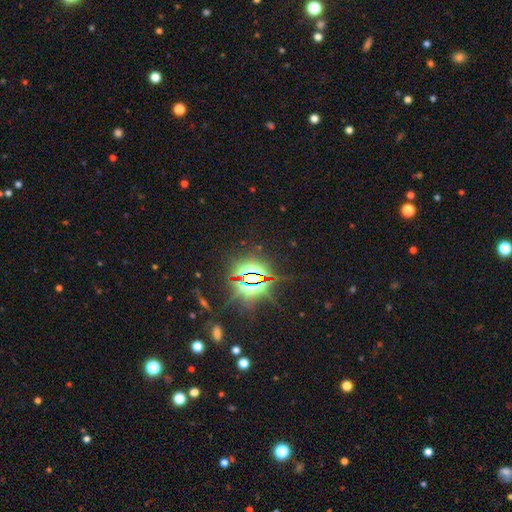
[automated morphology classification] Overall: star or artifact (85%).